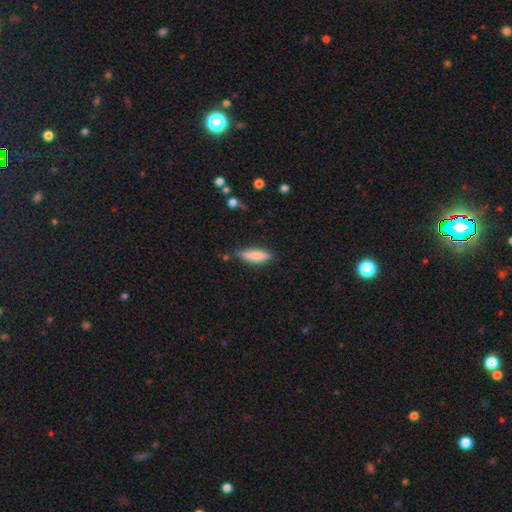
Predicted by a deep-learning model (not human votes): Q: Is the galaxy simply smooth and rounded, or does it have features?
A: smooth — 74%.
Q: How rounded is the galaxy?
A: cigar-shaped — 61%.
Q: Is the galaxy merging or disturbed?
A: none — 75%.